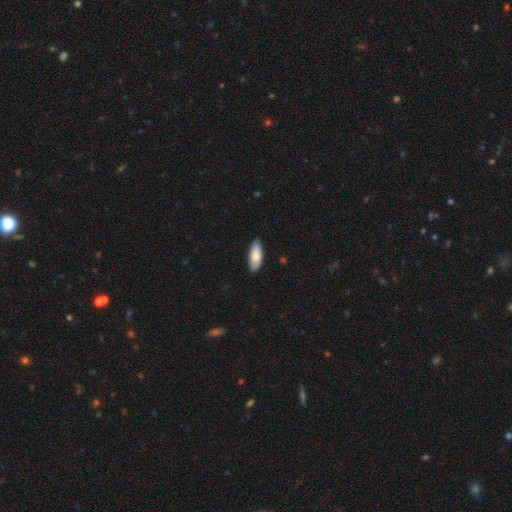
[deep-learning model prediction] A smooth galaxy with no disk features (80%) that is in between round and cigar-shaped (73%).

Vote fractions:
- Smooth or featured? smooth: 80% / featured or disk: 14% / star or artifact: 6%
- How rounded? in between: 73% / cigar-shaped: 25% / round: 2%
- Merging? none: 83% / minor disturbance: 14% / major disturbance: 2% / merger: 1%